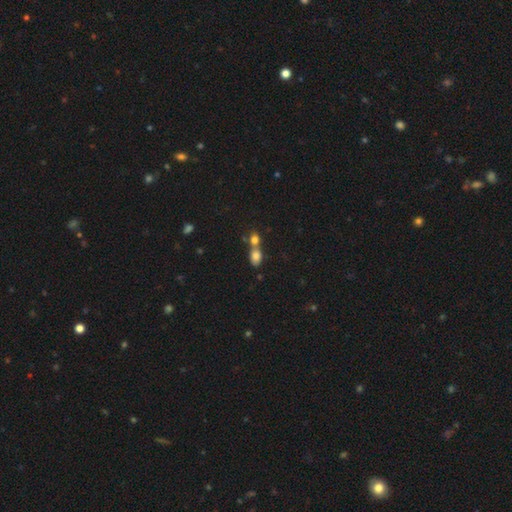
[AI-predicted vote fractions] Smooth or featured: smooth — 79% (star or artifact — 11%)
How rounded: in between — 74% (round — 23%)
Merging: merger — 58% (none — 31%)